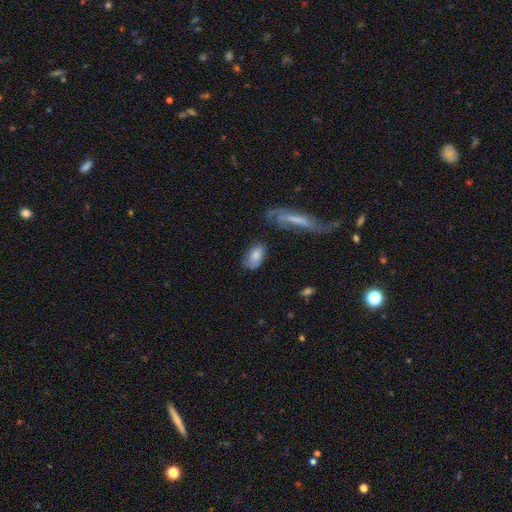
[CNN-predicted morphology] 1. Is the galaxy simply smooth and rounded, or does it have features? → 78% smooth, 16% featured or disk, 7% star or artifact.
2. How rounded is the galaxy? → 89% in between, 6% cigar-shaped, 5% round.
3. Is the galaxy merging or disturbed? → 56% none, 26% minor disturbance, 11% major disturbance, 7% merger.